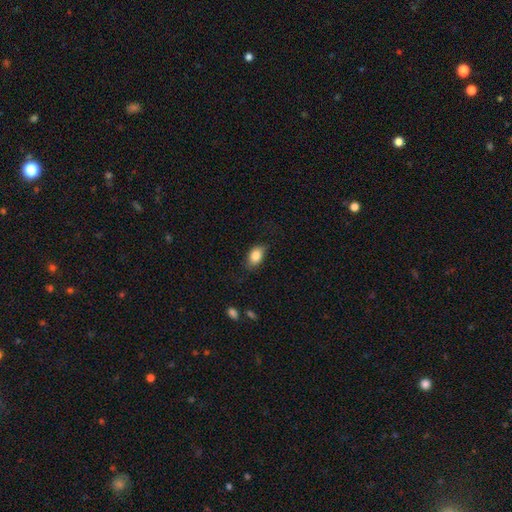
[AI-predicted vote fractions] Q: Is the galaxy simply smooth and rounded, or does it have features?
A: smooth — 85%.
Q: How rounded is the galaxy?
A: in between — 85%.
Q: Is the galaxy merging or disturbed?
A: none — 75%.